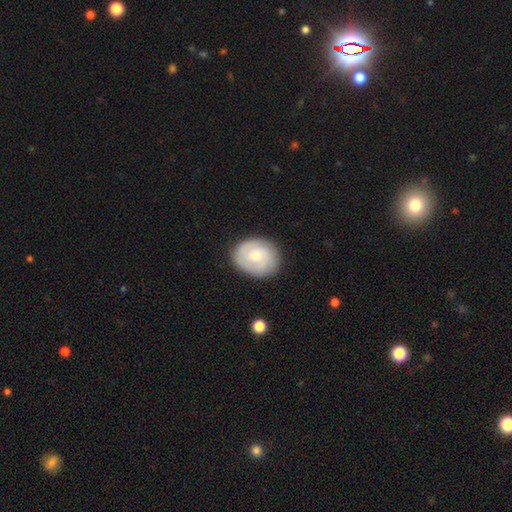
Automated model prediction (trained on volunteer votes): This is possibly a featured or disk galaxy (56%). It is clearly not viewed edge-on (97%). Bar: likely no (71%). Spiral arm pattern: clearly yes (85%). Central bulge: possibly small (50%). Merging: clearly none (83%).